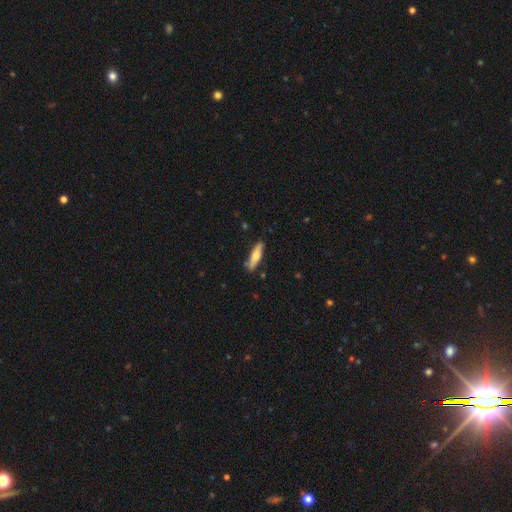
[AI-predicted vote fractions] Smooth or featured? Predicted: smooth (p=0.59). How rounded? Predicted: cigar-shaped (p=0.74). Merging? Predicted: none (p=0.81).